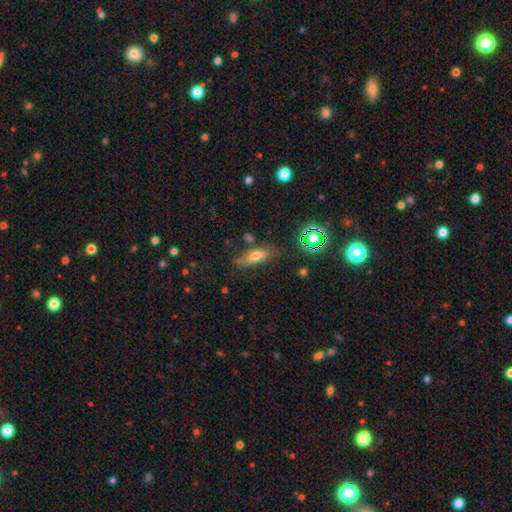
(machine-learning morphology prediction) Q: Smooth or featured?
A: smooth (59%); runner-up: featured or disk (28%)
Q: How rounded?
A: in between (49%); runner-up: cigar-shaped (47%)
Q: Merging?
A: none (68%); runner-up: minor disturbance (20%)